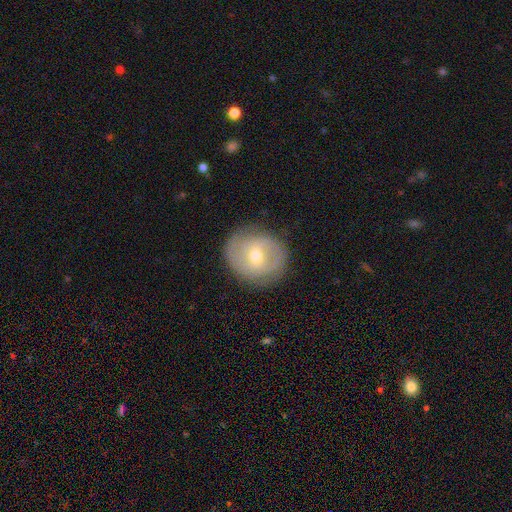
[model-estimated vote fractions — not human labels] Smooth or featured: featured or disk — 62% (smooth — 30%)
Edge-on disk: no — 96% (yes — 4%)
Bar: weak — 45% (no — 39%)
Spiral arms: yes — 72% (no — 28%)
Bulge size: moderate — 61% (small — 35%)
Merging: none — 82% (minor disturbance — 13%)